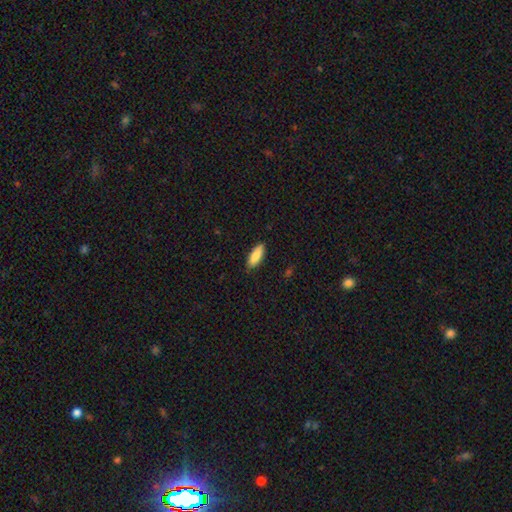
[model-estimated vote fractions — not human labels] smooth 87%, featured or disk 7%, star or artifact 6%. Down the decision tree: how rounded — in between (69%); merging — none (87%).